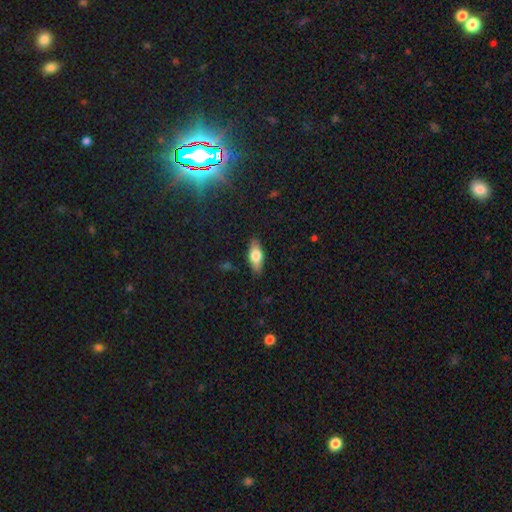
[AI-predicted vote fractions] Overall: smooth (69%). How rounded: in between (76%). Merging: none (87%).